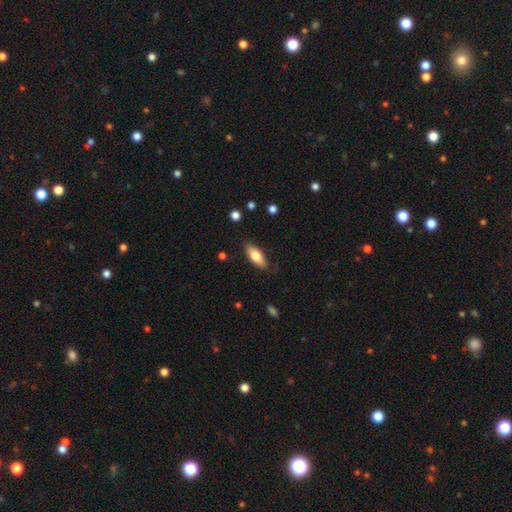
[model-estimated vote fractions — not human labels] A smooth galaxy with no disk features (72%) that is in between round and cigar-shaped (76%). Merging: none (83%).